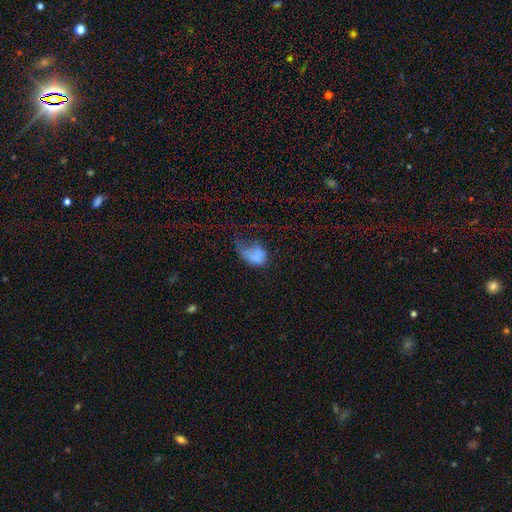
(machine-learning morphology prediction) Smooth or featured: smooth — 66% (featured or disk — 22%)
How rounded: in between — 78% (round — 20%)
Merging: major disturbance — 57% (minor disturbance — 21%)